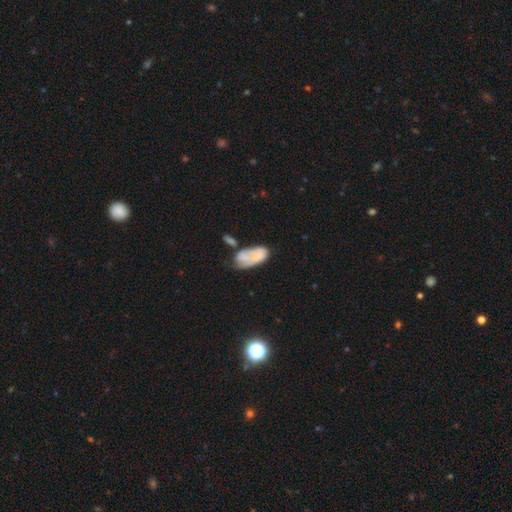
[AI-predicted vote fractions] This is possibly a smooth galaxy (54%). How rounded: clearly in between (91%). Merging: marginally none (30%).